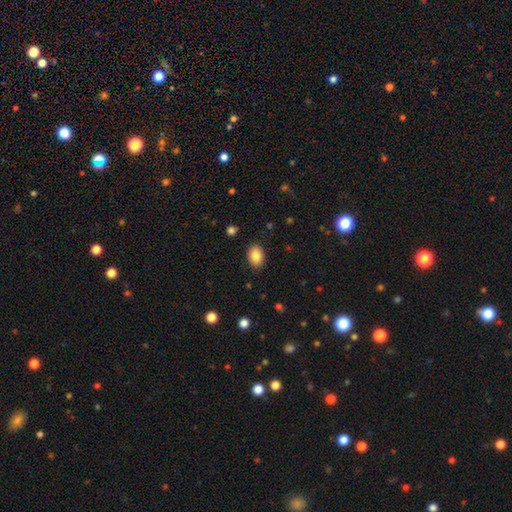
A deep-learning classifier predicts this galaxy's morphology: A smooth galaxy with no disk features (87%) that is in between round and cigar-shaped (82%).

Vote fractions:
- Smooth or featured? smooth: 87% / star or artifact: 8% / featured or disk: 5%
- How rounded? in between: 82% / round: 17% / cigar-shaped: 1%
- Merging? none: 88% / minor disturbance: 9% / major disturbance: 2% / merger: 1%